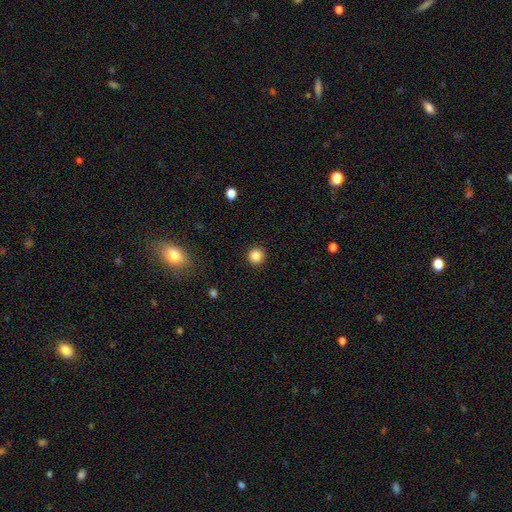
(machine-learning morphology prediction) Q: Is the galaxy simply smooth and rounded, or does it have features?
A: smooth — 85%.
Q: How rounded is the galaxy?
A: round — 94%.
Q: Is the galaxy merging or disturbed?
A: none — 91%.